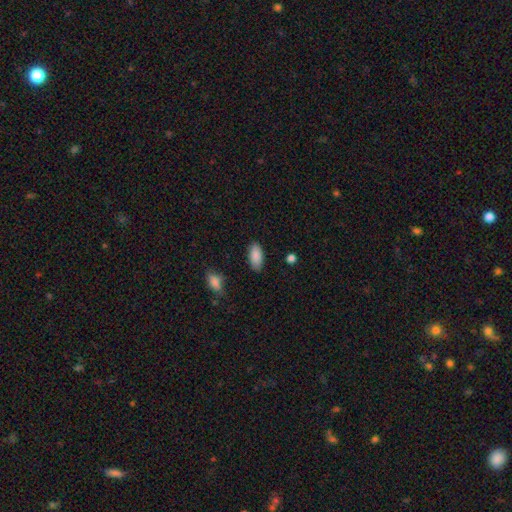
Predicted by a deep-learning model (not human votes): The model was most divided on "merging": none: 85%, minor disturbance: 11%, major disturbance: 3%, merger: 2%. More confident: how rounded — in between (92%); smooth or featured — smooth (88%).